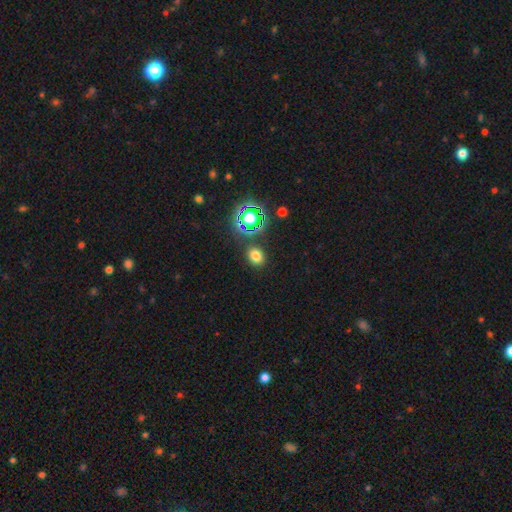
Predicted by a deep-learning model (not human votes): The model was most divided on "how rounded": in between: 50%, round: 48%, cigar-shaped: 1%. More confident: merging — none (85%); smooth or featured — smooth (71%).